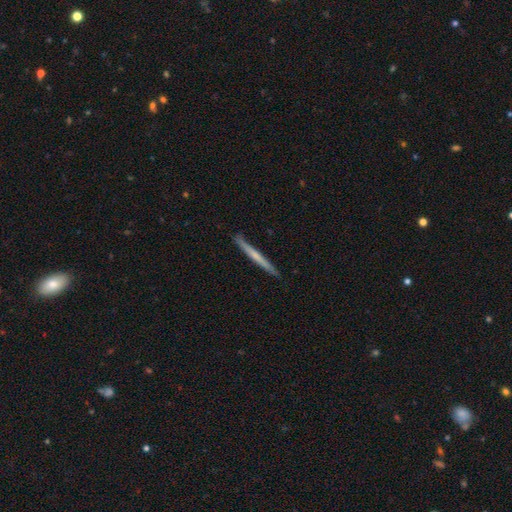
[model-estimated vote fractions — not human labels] Smooth or featured? Predicted: featured or disk (p=0.51). Edge-on disk? Predicted: yes (p=0.97). Merging? Predicted: none (p=0.91).